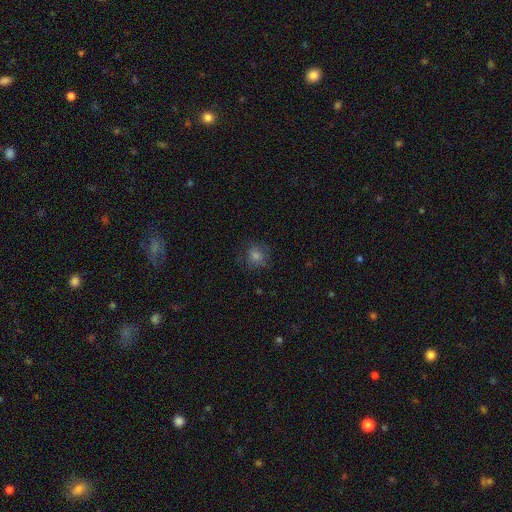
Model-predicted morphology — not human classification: A smooth galaxy with no disk features (65%) that is round (88%).

Vote fractions:
- Smooth or featured? smooth: 65% / star or artifact: 21% / featured or disk: 14%
- How rounded? round: 88% / in between: 11% / cigar-shaped: 1%
- Merging? none: 80% / minor disturbance: 13% / major disturbance: 5% / merger: 1%